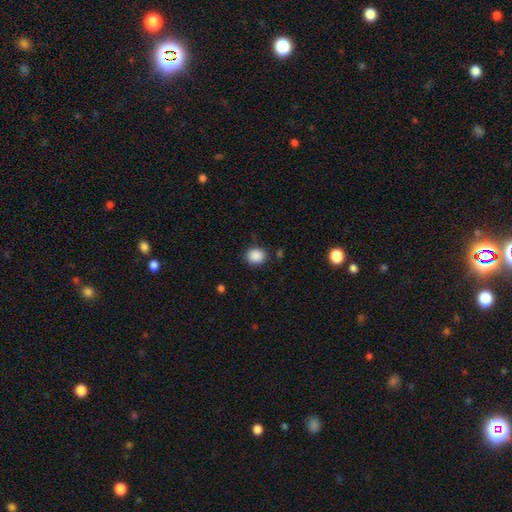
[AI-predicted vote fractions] smooth 88%, star or artifact 9%, featured or disk 3%. Down the decision tree: how rounded — round (68%); merging — none (85%).